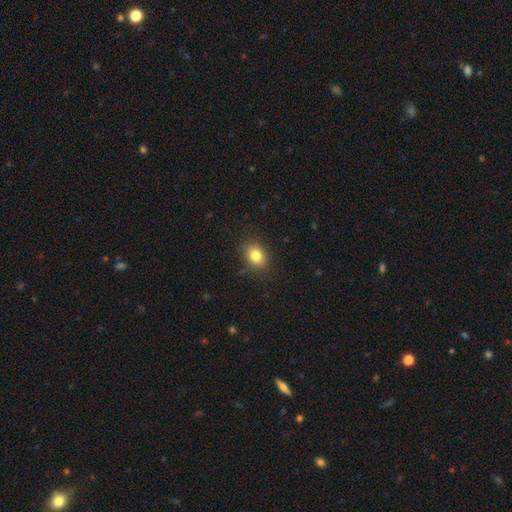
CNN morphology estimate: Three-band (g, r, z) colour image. It shows a smooth galaxy with no disk features (81%) that is in between round and cigar-shaped (53%). Merging: none (85%).